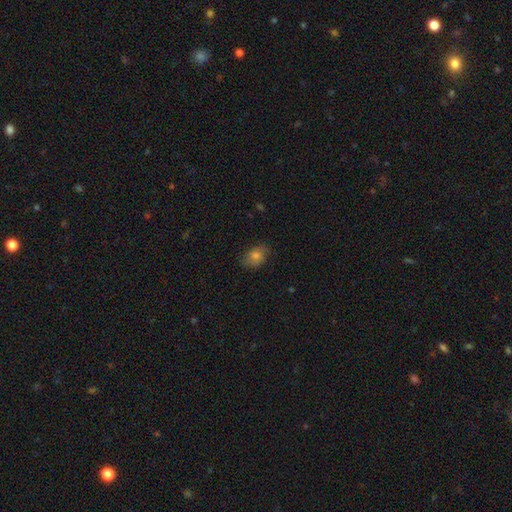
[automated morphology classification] Q: Smooth or featured?
A: smooth (69%); runner-up: featured or disk (19%)
Q: How rounded?
A: in between (70%); runner-up: round (29%)
Q: Merging?
A: none (72%); runner-up: minor disturbance (21%)